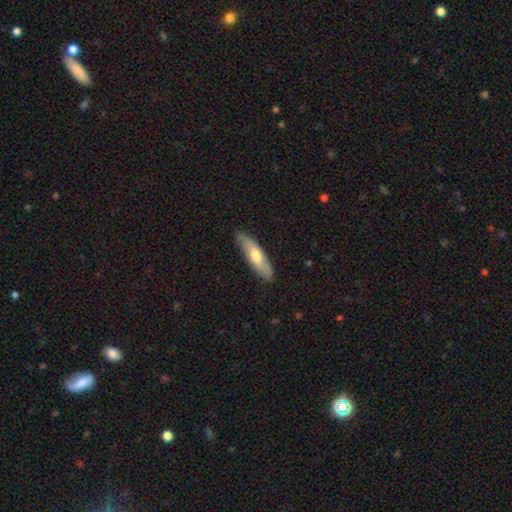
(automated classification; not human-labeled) This is possibly a smooth galaxy (56%). How rounded: likely cigar-shaped (65%). Merging: clearly none (85%).